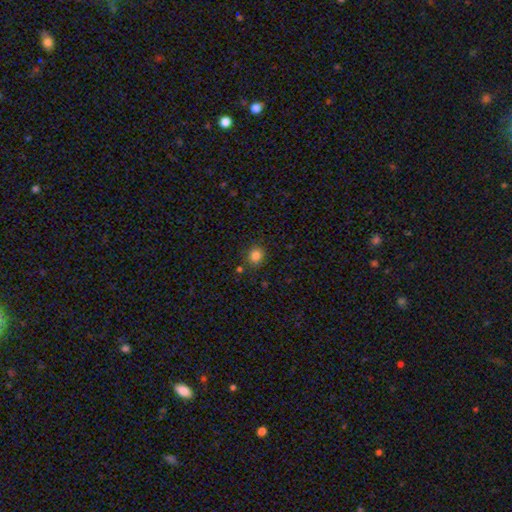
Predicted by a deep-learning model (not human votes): smooth 83%, star or artifact 12%, featured or disk 5%. Down the decision tree: how rounded — round (78%); merging — none (86%).